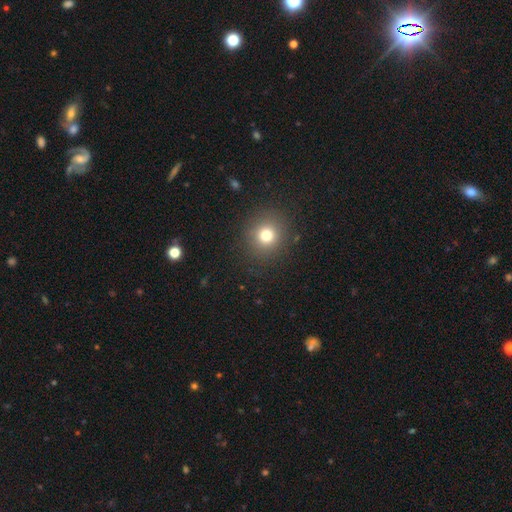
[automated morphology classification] Overall: smooth (70%). How rounded: round (91%). Merging: none (92%).